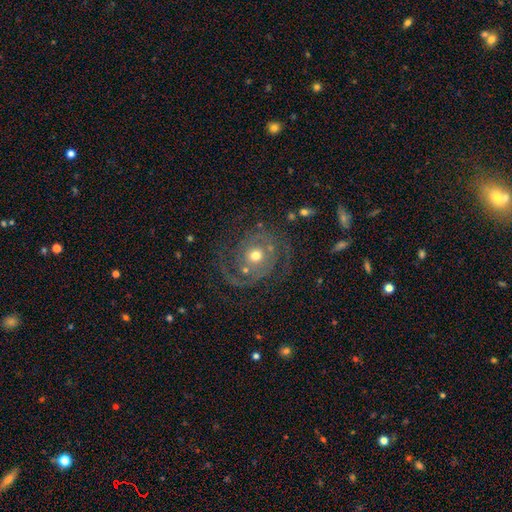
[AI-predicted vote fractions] Smooth or featured: featured or disk — 81% (smooth — 12%)
Edge-on disk: no — 98% (yes — 2%)
Bar: no — 79% (weak — 16%)
Spiral arms: yes — 88% (no — 12%)
Spiral winding: medium — 43% (tight — 39%)
Spiral arm count: 2 — 73% (can't tell — 10%)
Bulge size: moderate — 67% (small — 26%)
Merging: none — 68% (minor disturbance — 15%)